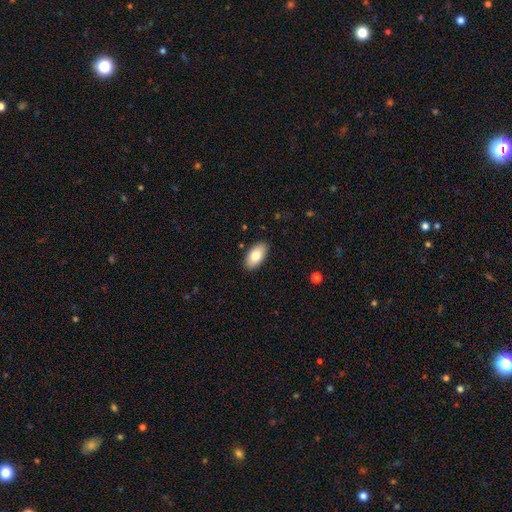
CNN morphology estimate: Smooth or featured: smooth — 80% (featured or disk — 14%)
How rounded: in between — 94% (round — 3%)
Merging: none — 88% (minor disturbance — 9%)